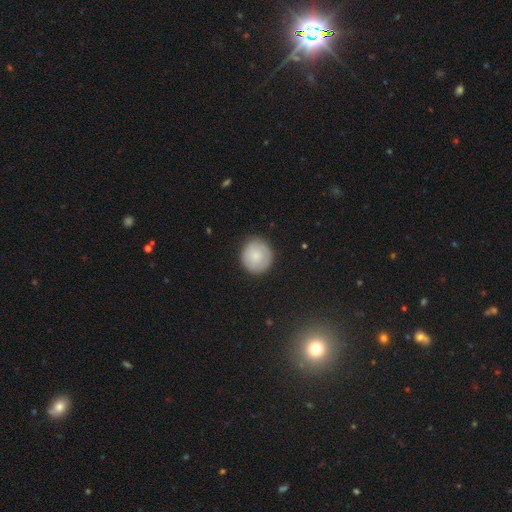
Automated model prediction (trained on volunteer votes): A smooth galaxy with no disk features (73%) that is round (91%).

Vote fractions:
- Smooth or featured? smooth: 73% / featured or disk: 21% / star or artifact: 7%
- How rounded? round: 91% / in between: 8% / cigar-shaped: 1%
- Merging? none: 84% / minor disturbance: 12% / major disturbance: 3% / merger: 1%